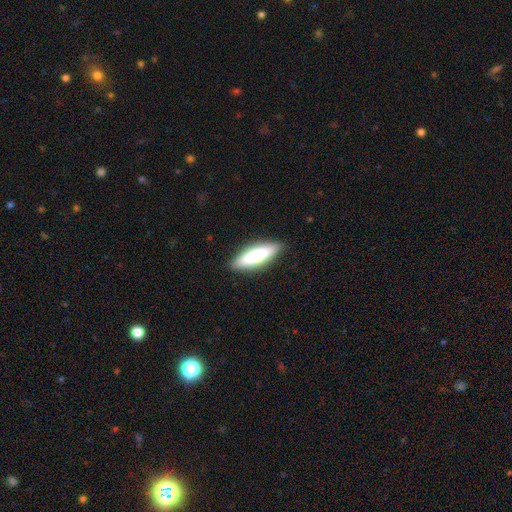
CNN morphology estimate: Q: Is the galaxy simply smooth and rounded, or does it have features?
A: smooth — 68%.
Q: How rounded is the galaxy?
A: cigar-shaped — 60%.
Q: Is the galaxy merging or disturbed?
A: none — 88%.